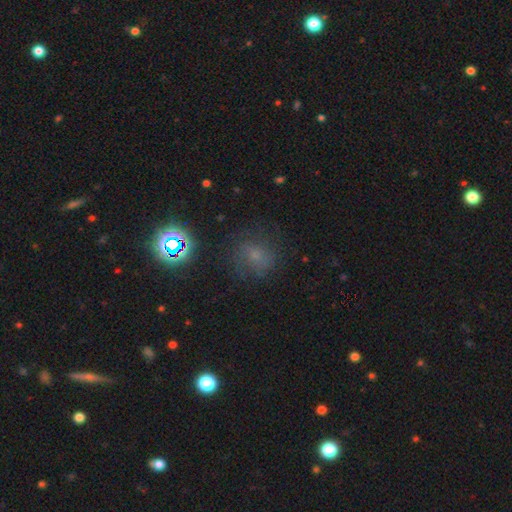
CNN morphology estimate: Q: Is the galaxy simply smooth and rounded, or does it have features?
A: smooth — 48%.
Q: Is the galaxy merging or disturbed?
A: none — 71%.